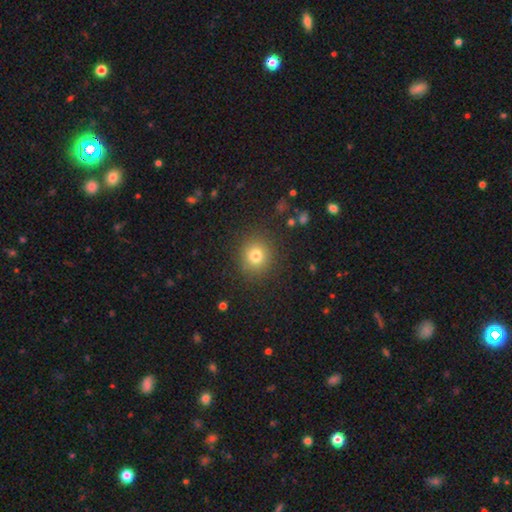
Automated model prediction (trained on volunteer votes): Morphology: type=smooth (78%); roundness=round (87%); merging=none (87%).